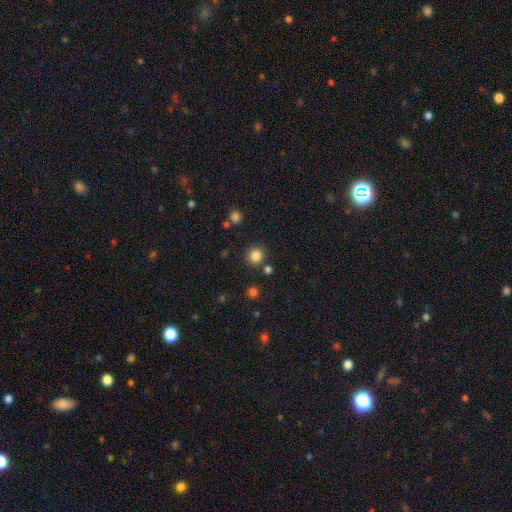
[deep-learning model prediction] Overall: smooth (83%). How rounded: round (90%). Merging: none (85%).